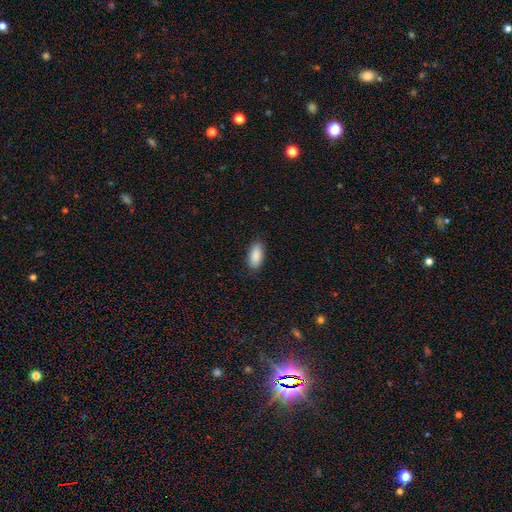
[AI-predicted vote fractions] Smooth or featured? Predicted: smooth (p=0.90). How rounded? Predicted: in between (p=0.90). Merging? Predicted: none (p=0.86).